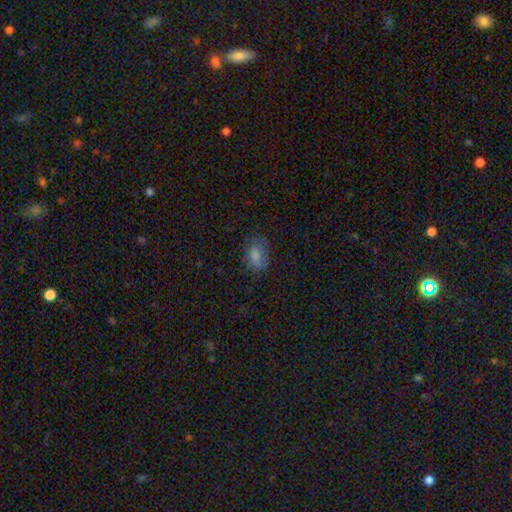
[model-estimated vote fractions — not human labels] Q: Smooth or featured?
A: smooth (76%); runner-up: featured or disk (14%)
Q: How rounded?
A: in between (74%); runner-up: round (25%)
Q: Merging?
A: none (63%); runner-up: minor disturbance (25%)